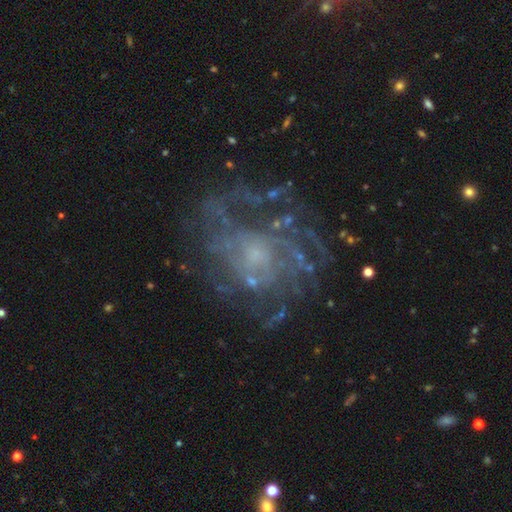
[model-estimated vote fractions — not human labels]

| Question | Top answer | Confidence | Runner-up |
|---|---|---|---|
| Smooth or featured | featured or disk | 76% | star or artifact (14%) |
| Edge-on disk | no | 97% | yes (3%) |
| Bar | no | 81% | weak (16%) |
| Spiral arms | yes | 73% | no (27%) |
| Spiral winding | tight | 47% | medium (34%) |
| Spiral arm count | can't tell | 51% | more than 4 (12%) |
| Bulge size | small | 56% | moderate (24%) |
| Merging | none | 63% | major disturbance (18%) |